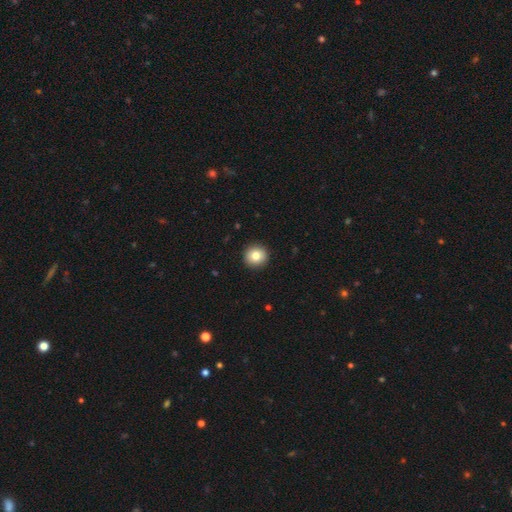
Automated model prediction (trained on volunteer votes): Smooth or featured: smooth — 81% (featured or disk — 10%)
How rounded: round — 94% (in between — 5%)
Merging: none — 93% (minor disturbance — 5%)